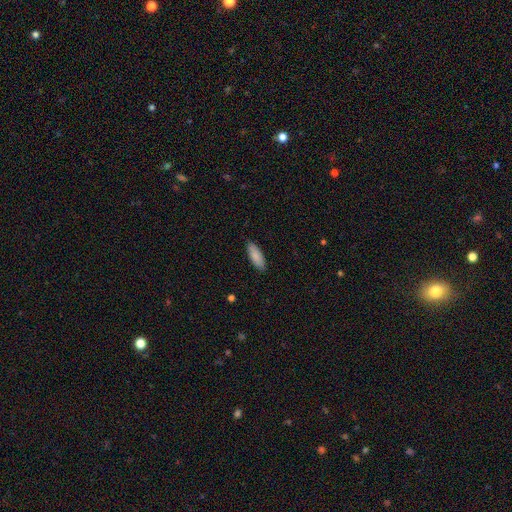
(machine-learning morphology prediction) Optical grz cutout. It shows a smooth galaxy with no disk features (87%) that is in between round and cigar-shaped (69%). Merging: none (87%).